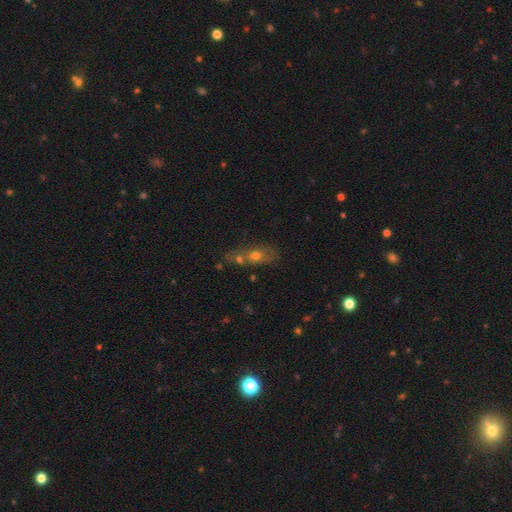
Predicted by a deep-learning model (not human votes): The model was most divided on "merging": merger: 42%, none: 37%, minor disturbance: 13%, major disturbance: 7%. More confident: how rounded — in between (60%); smooth or featured — smooth (59%).